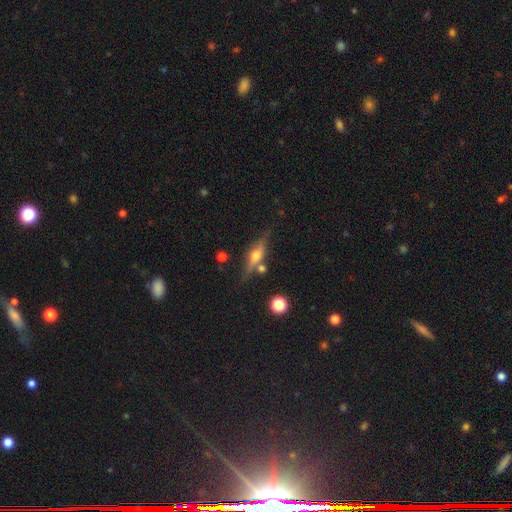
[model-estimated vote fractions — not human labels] Smooth or featured? Predicted: featured or disk (p=0.66). Edge-on disk? Predicted: yes (p=0.93). Edge-on bulge? Predicted: rounded (p=0.92). Merging? Predicted: none (p=0.75).